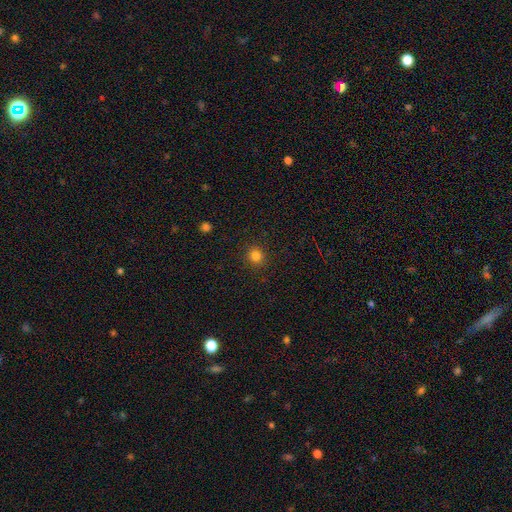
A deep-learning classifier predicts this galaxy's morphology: Smooth or featured? Predicted: smooth (p=0.82). How rounded? Predicted: round (p=0.90). Merging? Predicted: none (p=0.91).